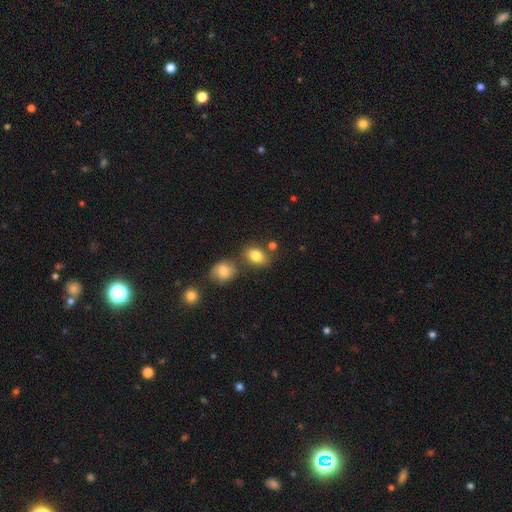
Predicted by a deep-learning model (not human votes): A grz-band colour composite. It shows a smooth galaxy with no disk features (82%) that is in between round and cigar-shaped (76%). Merging: none (68%).